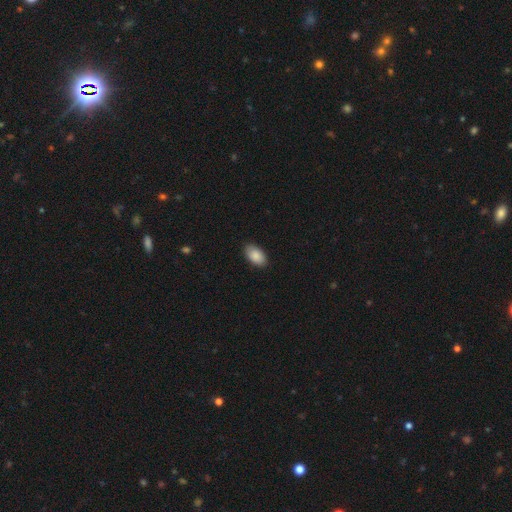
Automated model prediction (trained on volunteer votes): Smooth or featured?
  - smooth: 89% *
  - star or artifact: 6%
  - featured or disk: 5%
How rounded?
  - in between: 94% *
  - round: 4%
  - cigar-shaped: 1%
Merging?
  - none: 87% *
  - minor disturbance: 10%
  - major disturbance: 2%
  - merger: 1%